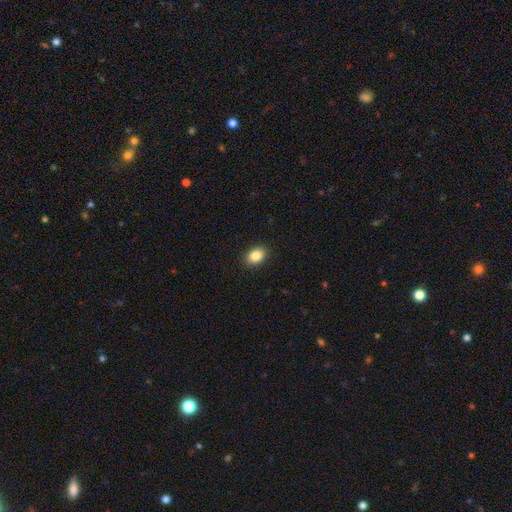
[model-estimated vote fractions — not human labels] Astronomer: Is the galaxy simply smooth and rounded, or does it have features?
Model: smooth — 86%.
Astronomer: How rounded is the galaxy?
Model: in between — 73%.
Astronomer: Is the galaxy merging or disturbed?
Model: none — 89%.